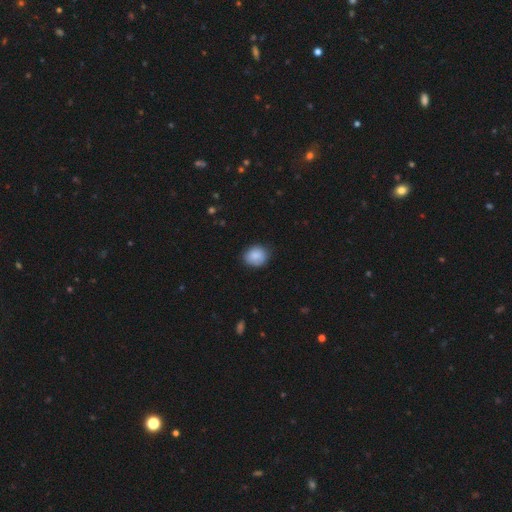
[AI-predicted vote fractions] Overall: smooth (86%). How rounded: round (70%). Merging: none (79%).